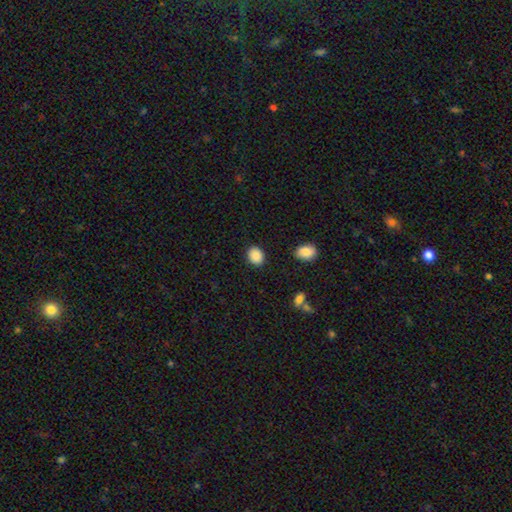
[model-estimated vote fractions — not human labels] Smooth or featured: smooth — 89% (star or artifact — 8%)
How rounded: round — 50% (in between — 49%)
Merging: none — 88% (minor disturbance — 8%)